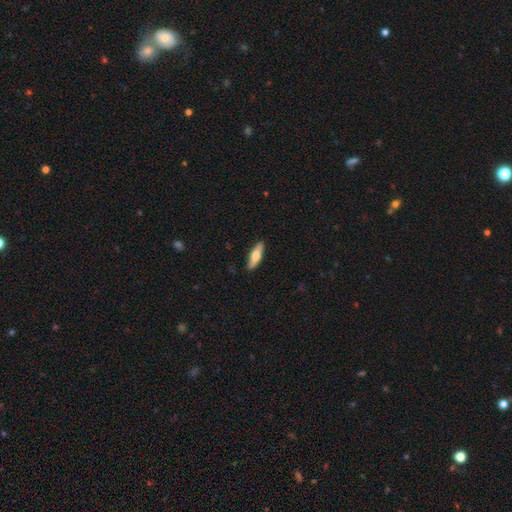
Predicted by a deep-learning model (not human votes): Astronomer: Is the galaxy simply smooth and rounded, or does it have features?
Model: smooth — 63%.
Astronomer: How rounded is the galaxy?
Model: cigar-shaped — 56% (runner-up: in between, 42%).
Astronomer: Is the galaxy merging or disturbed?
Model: none — 89%.